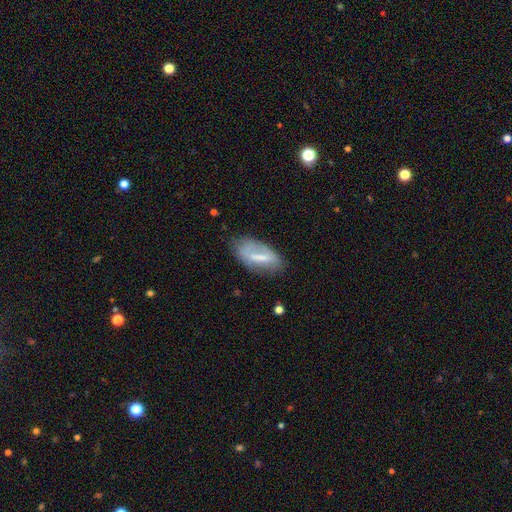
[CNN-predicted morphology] The model was most divided on "smooth or featured": smooth: 49%, featured or disk: 43%, star or artifact: 8%. More confident: merging — none (67%).